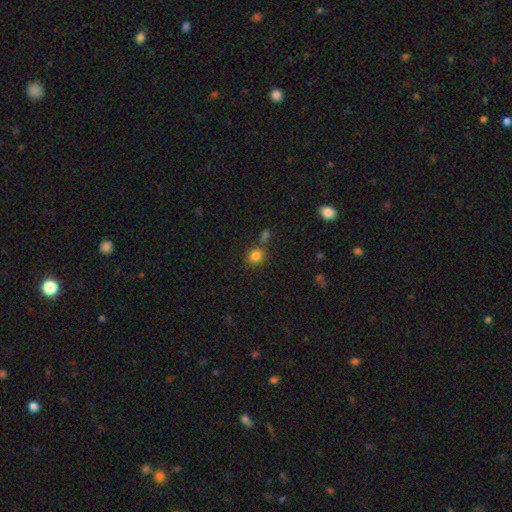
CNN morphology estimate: Smooth or featured?
  - smooth: 82% *
  - star or artifact: 12%
  - featured or disk: 5%
How rounded?
  - round: 79% *
  - in between: 20%
  - cigar-shaped: 1%
Merging?
  - none: 71% *
  - merger: 13%
  - minor disturbance: 12%
  - major disturbance: 4%